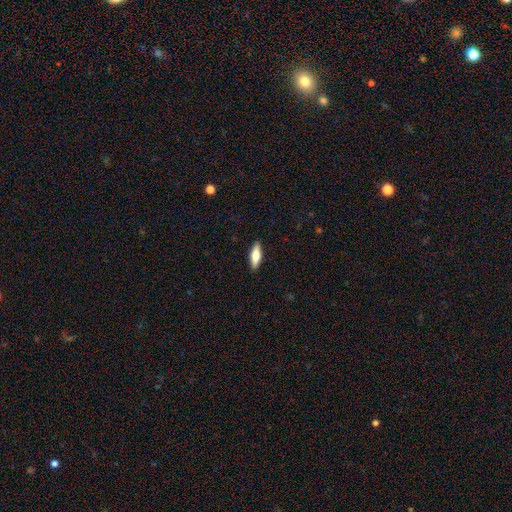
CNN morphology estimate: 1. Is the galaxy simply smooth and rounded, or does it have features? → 70% smooth, 24% featured or disk, 6% star or artifact.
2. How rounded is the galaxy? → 52% in between, 46% cigar-shaped, 2% round.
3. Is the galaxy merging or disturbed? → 89% none, 8% minor disturbance, 2% major disturbance, 1% merger.